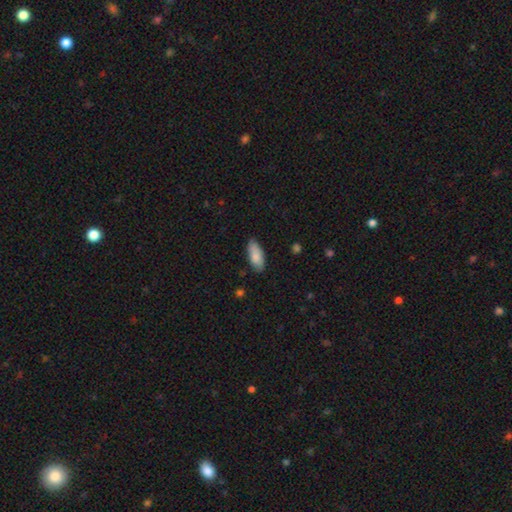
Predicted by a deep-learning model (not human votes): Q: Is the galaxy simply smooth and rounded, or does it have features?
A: smooth — 85%.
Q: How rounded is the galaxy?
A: in between — 81%.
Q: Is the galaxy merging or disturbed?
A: none — 81%.